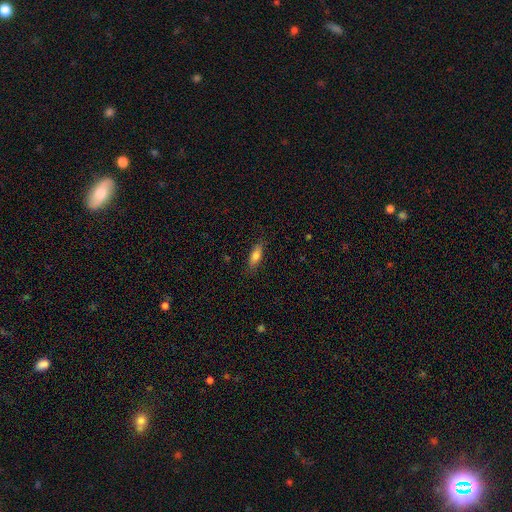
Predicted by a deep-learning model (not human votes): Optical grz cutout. It shows a smooth galaxy with no disk features (75%) that is in between round and cigar-shaped (62%). Merging: none (82%).